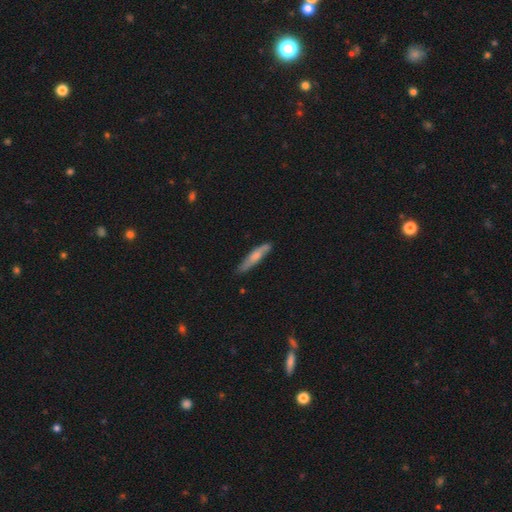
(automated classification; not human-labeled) smooth 61%, featured or disk 34%, star or artifact 6%. Down the decision tree: how rounded — cigar-shaped (86%); merging — none (77%).